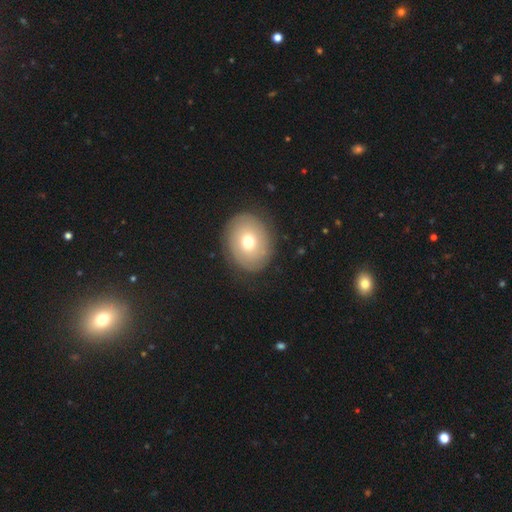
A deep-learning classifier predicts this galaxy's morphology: Smooth or featured: smooth — 45% (featured or disk — 40%)
Merging: none — 87% (minor disturbance — 8%)